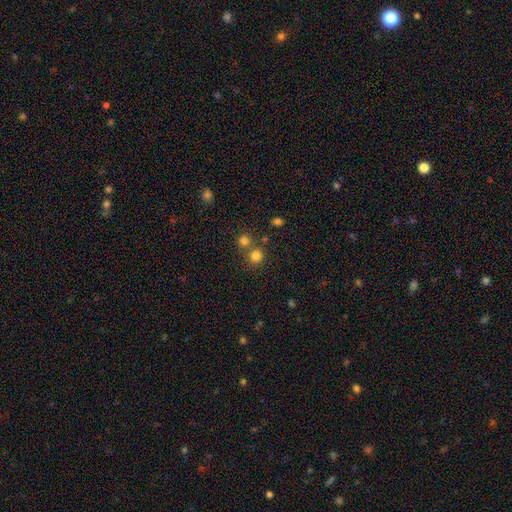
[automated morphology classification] smooth_or_featured: smooth (p=0.78) [alt: star or artifact p=0.15]
how_rounded: round (p=0.89) [alt: in between p=0.10]
merging: none (p=0.64) [alt: merger p=0.26]